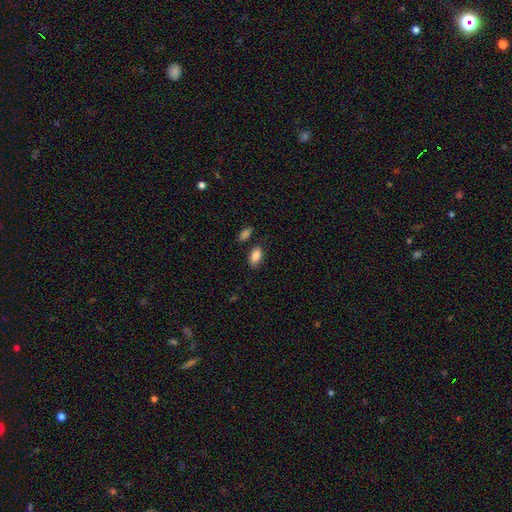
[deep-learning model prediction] The model was most divided on "merging": none: 78%, minor disturbance: 14%, merger: 6%, major disturbance: 3%. More confident: how rounded — in between (92%); smooth or featured — smooth (86%).